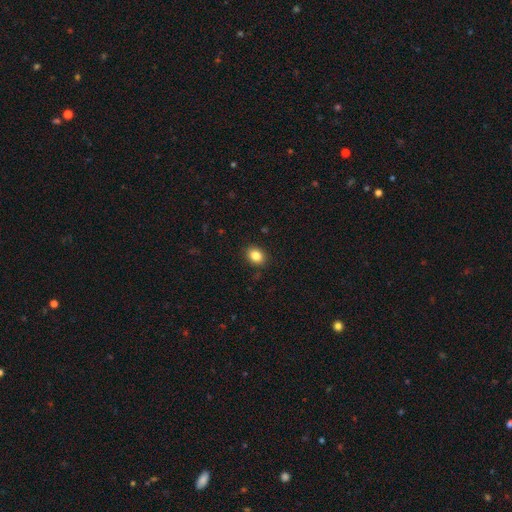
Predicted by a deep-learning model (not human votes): The model was most divided on "how rounded": in between: 57%, round: 42%, cigar-shaped: 1%. More confident: merging — none (88%); smooth or featured — smooth (85%).